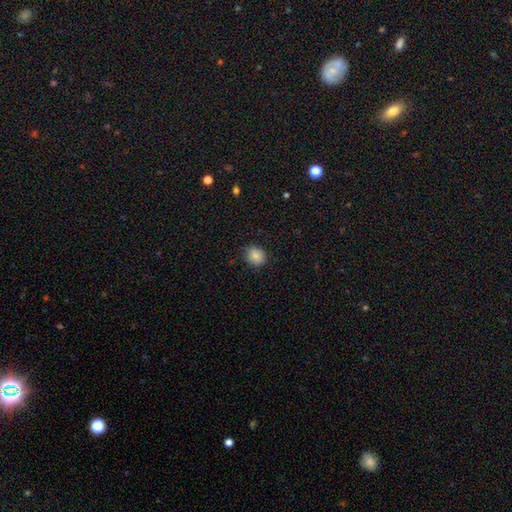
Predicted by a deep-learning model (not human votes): smooth_or_featured: smooth (p=0.87) [alt: star or artifact p=0.09]
how_rounded: round (p=0.76) [alt: in between p=0.23]
merging: none (p=0.86) [alt: minor disturbance p=0.11]